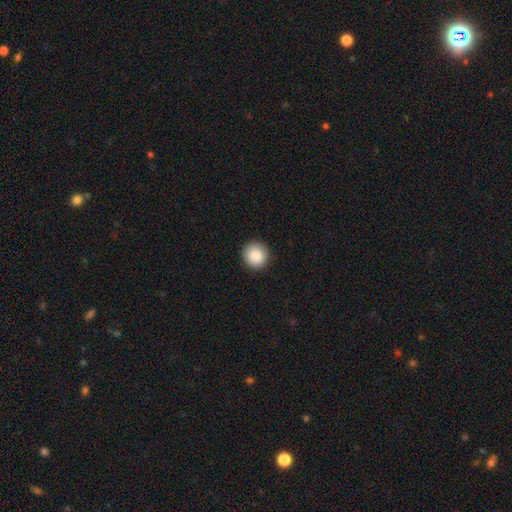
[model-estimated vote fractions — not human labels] Smooth or featured? Predicted: smooth (p=0.87). How rounded? Predicted: round (p=0.93). Merging? Predicted: none (p=0.91).